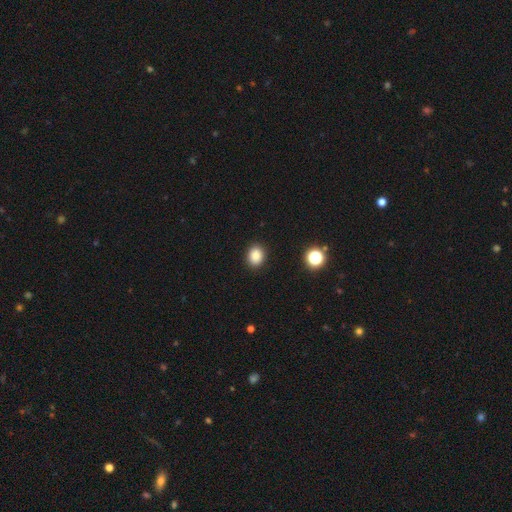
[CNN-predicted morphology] Smooth or featured? smooth (84%)
How rounded? round (57%)
Merging? none (91%)